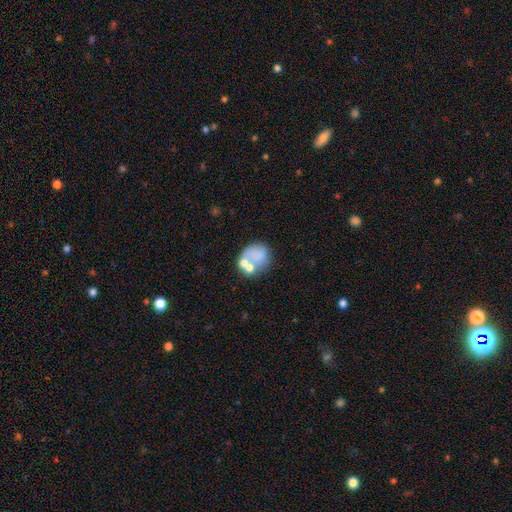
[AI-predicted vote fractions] Smooth or featured? Predicted: smooth (p=0.59). How rounded? Predicted: round (p=0.65). Merging? Predicted: none (p=0.41).